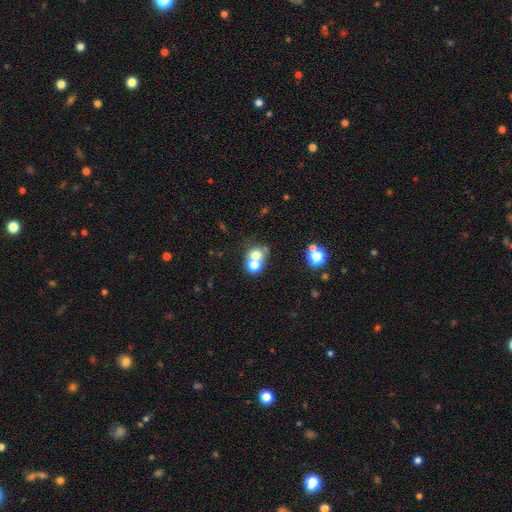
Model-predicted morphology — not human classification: Q: Smooth or featured?
A: smooth (66%); runner-up: featured or disk (18%)
Q: How rounded?
A: round (73%); runner-up: in between (26%)
Q: Merging?
A: merger (56%); runner-up: none (34%)